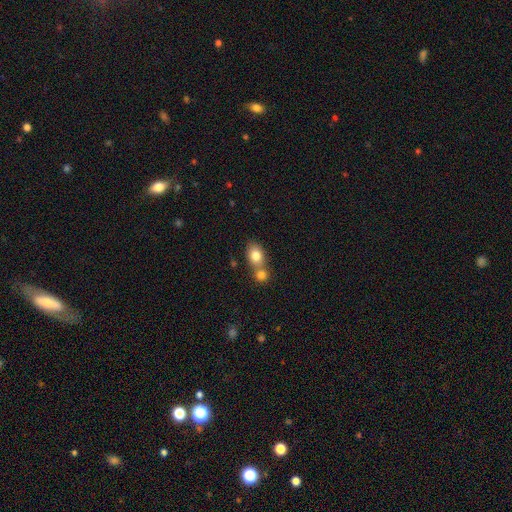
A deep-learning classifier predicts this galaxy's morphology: This is likely a smooth galaxy (80%). How rounded: likely in between (60%). Merging: possibly merger (48%).